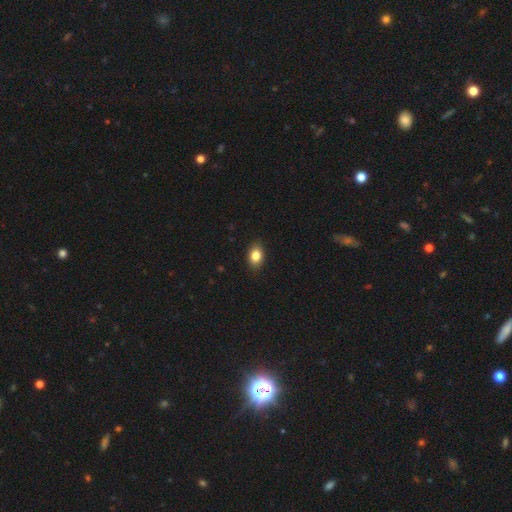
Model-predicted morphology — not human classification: type=smooth (84%); roundness=in between (79%); merging=none (88%).